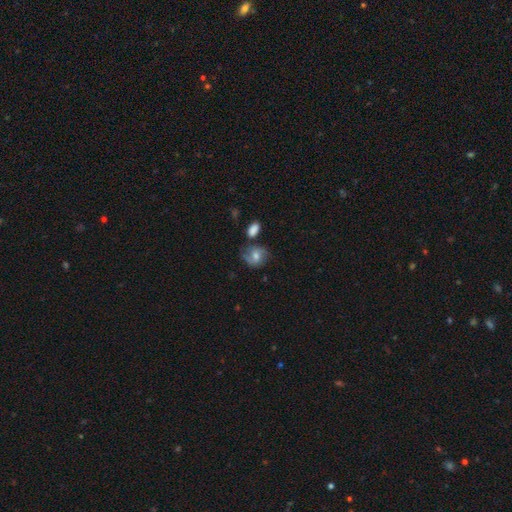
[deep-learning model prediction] smooth-or-featured: smooth: 48% | featured or disk: 43% | star or artifact: 9%
  merging: none: 58% | minor disturbance: 23% | merger: 10% | major disturbance: 9%